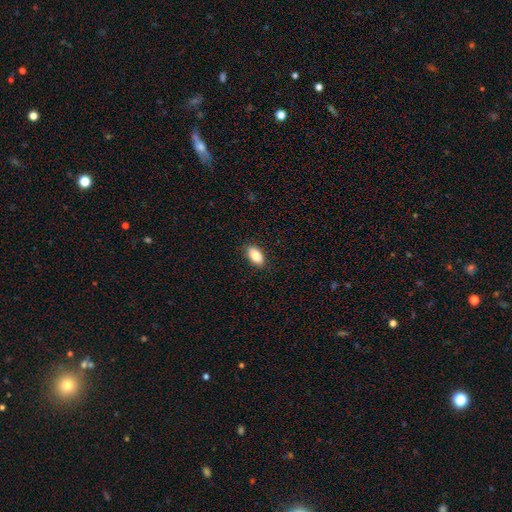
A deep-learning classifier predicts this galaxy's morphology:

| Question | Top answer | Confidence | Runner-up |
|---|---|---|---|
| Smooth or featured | smooth | 87% | star or artifact (7%) |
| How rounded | in between | 93% | round (4%) |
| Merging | none | 88% | minor disturbance (9%) |